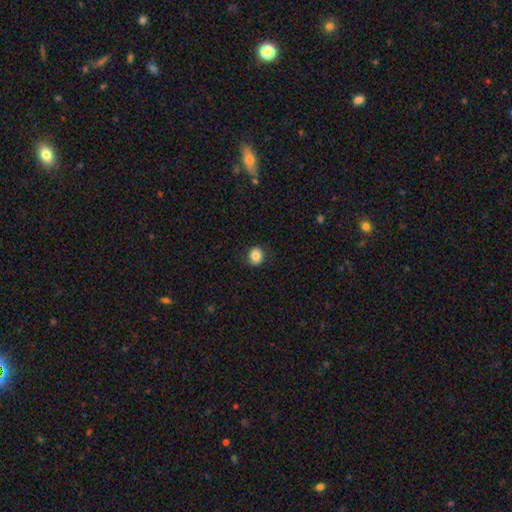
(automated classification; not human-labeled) Smooth or featured?
  - smooth: 84% *
  - star or artifact: 10%
  - featured or disk: 6%
How rounded?
  - round: 68% *
  - in between: 31%
  - cigar-shaped: 1%
Merging?
  - none: 87% *
  - minor disturbance: 10%
  - major disturbance: 3%
  - merger: 1%